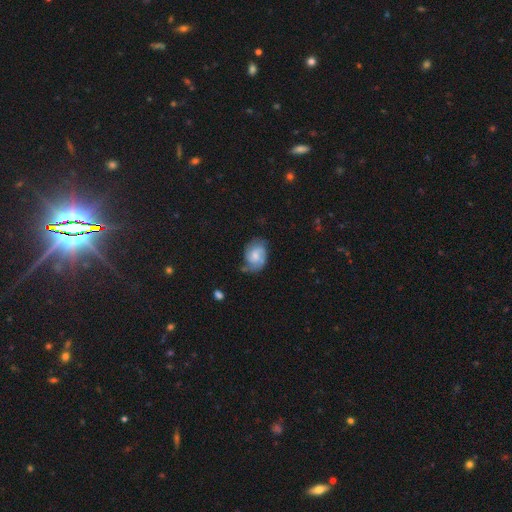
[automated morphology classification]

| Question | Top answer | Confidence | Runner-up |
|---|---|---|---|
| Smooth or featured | featured or disk | 63% | smooth (30%) |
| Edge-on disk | no | 97% | yes (3%) |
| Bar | no | 55% | weak (39%) |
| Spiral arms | yes | 90% | no (10%) |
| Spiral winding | medium | 45% | tight (36%) |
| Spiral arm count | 2 | 66% | can't tell (16%) |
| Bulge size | moderate | 43% | small (37%) |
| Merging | none | 56% | minor disturbance (29%) |